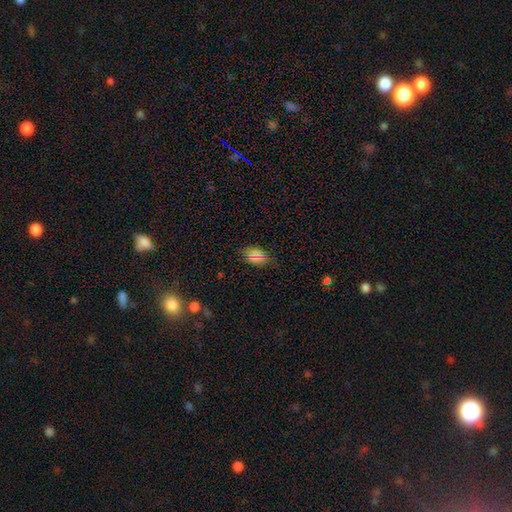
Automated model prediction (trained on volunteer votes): Q: Smooth or featured?
A: smooth (82%); runner-up: star or artifact (11%)
Q: How rounded?
A: in between (86%); runner-up: round (12%)
Q: Merging?
A: none (78%); runner-up: minor disturbance (18%)